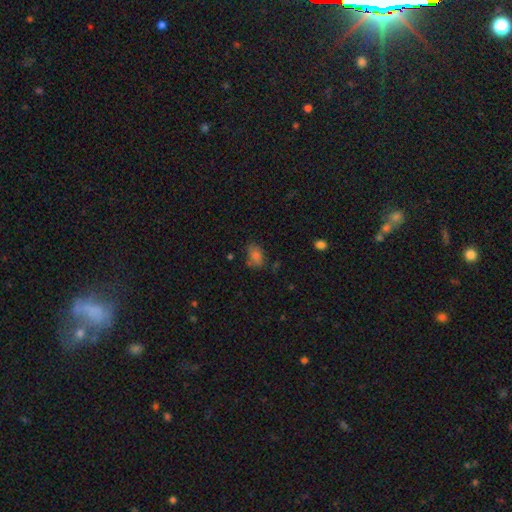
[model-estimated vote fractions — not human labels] This is likely a smooth galaxy (70%). How rounded: likely in between (73%). Merging: likely none (68%).